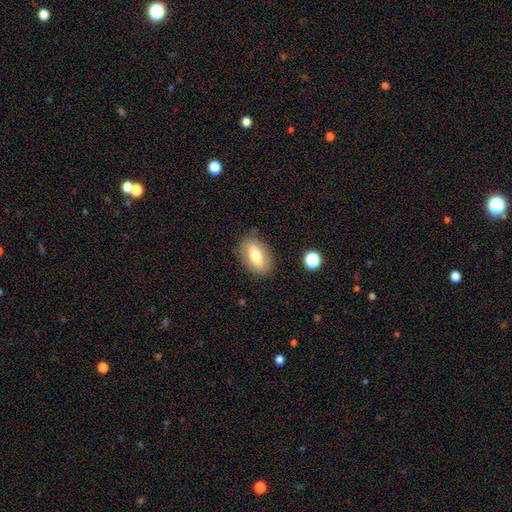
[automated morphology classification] Smooth or featured? smooth (74%)
How rounded? in between (88%)
Merging? none (84%)